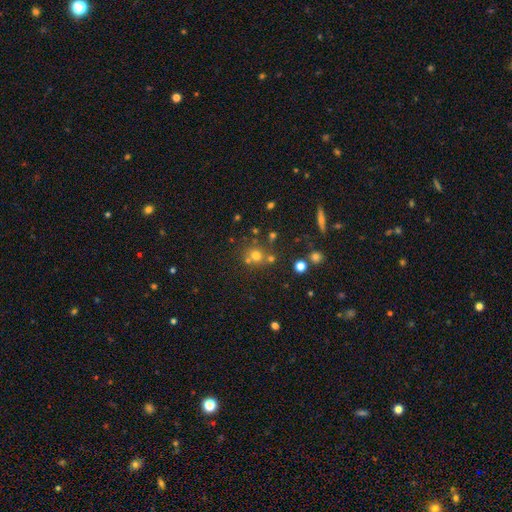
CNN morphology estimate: This is likely a smooth galaxy (62%). How rounded: clearly round (87%). Merging: likely none (60%).